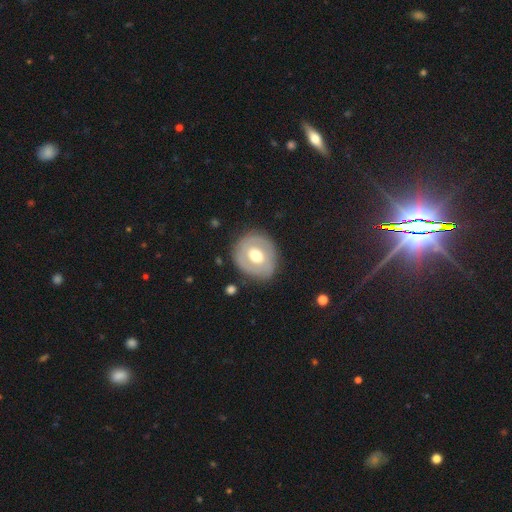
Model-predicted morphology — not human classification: This is possibly a featured or disk galaxy (49%). Merging: clearly none (82%).